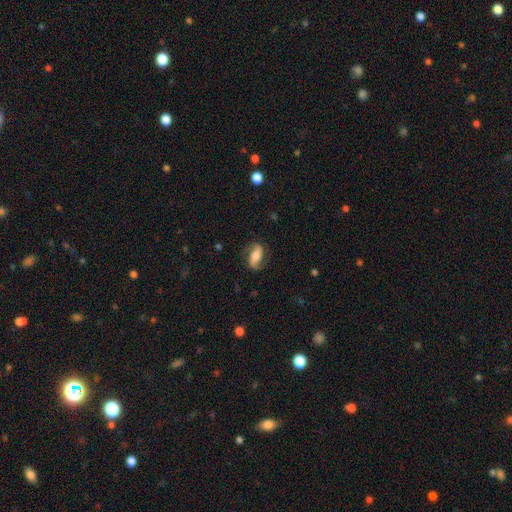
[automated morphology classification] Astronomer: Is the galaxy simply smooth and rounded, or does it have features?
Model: featured or disk — 57% (runner-up: smooth, 35%).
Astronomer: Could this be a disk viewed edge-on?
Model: no — 89%.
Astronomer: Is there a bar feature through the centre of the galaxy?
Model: no — 39% (runner-up: strong, 32%).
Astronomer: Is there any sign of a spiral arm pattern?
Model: yes — 89%.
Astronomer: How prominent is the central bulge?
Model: moderate — 39% (runner-up: large, 24%).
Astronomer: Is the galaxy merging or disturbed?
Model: none — 75%.